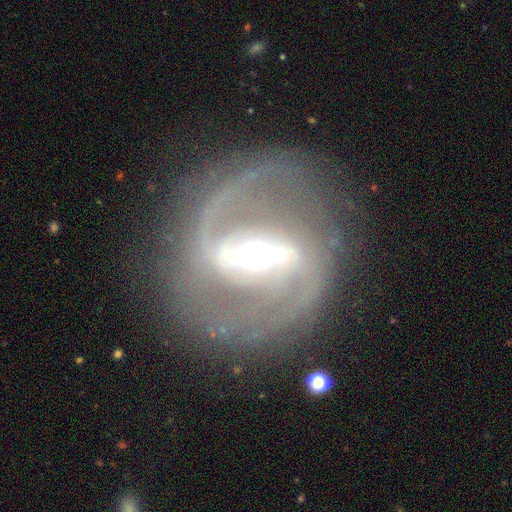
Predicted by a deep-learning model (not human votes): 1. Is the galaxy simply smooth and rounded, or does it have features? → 90% featured or disk, 6% star or artifact, 5% smooth.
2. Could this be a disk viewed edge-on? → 95% no, 5% yes.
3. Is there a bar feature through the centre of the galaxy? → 71% strong, 23% weak, 6% no.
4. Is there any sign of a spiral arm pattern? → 94% yes, 6% no.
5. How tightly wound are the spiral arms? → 49% medium, 31% tight, 20% loose.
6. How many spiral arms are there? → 85% 2, 5% can't tell, 5% 3, 2% 1, 2% 4, 2% more than 4.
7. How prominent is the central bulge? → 60% moderate, 27% small, 11% large, 2% dominant, 1% none.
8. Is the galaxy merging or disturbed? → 79% none, 12% minor disturbance, 7% major disturbance, 2% merger.